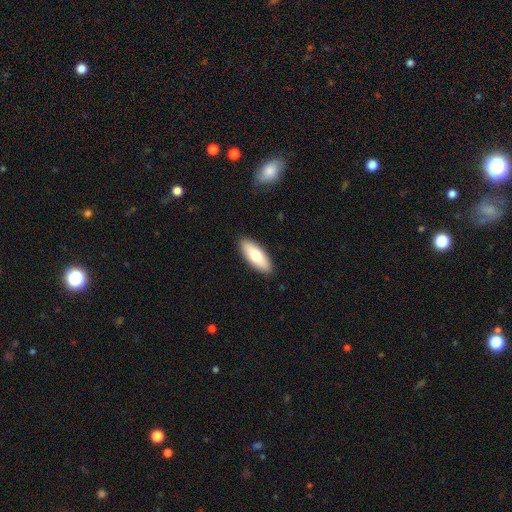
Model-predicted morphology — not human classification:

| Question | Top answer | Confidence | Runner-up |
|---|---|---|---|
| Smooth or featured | smooth | 73% | featured or disk (21%) |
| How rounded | in between | 73% | cigar-shaped (25%) |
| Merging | none | 90% | minor disturbance (7%) |